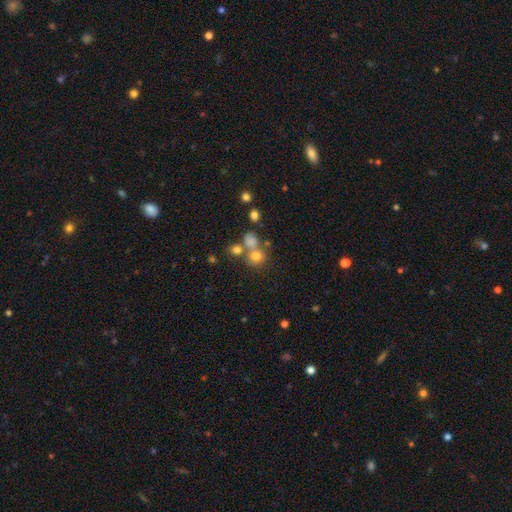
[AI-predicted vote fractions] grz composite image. It shows a smooth galaxy with no disk features (69%) that is round (82%). Merging: none (50%).